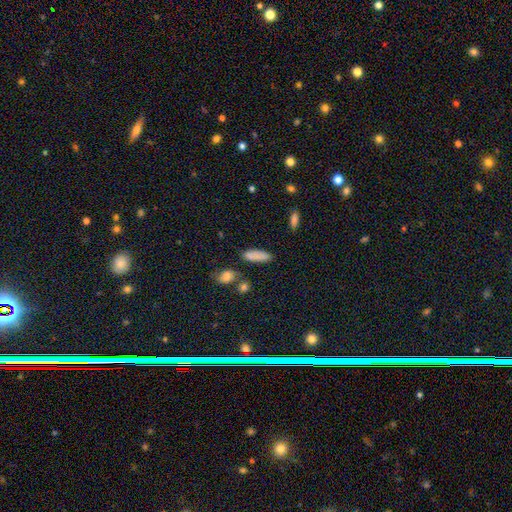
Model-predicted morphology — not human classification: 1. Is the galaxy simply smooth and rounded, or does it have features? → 84% smooth, 8% star or artifact, 7% featured or disk.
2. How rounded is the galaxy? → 59% in between, 38% cigar-shaped, 3% round.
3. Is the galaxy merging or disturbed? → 74% none, 15% minor disturbance, 7% merger, 5% major disturbance.